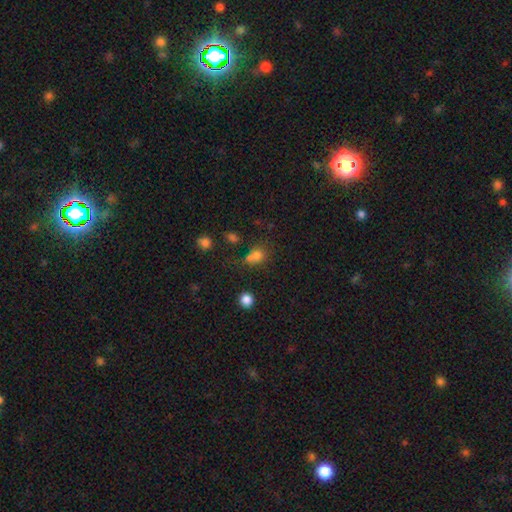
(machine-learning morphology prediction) The model was most divided on "merging": none: 45%, merger: 34%, minor disturbance: 14%, major disturbance: 7%. More confident: smooth or featured — smooth (73%); how rounded — round (68%).